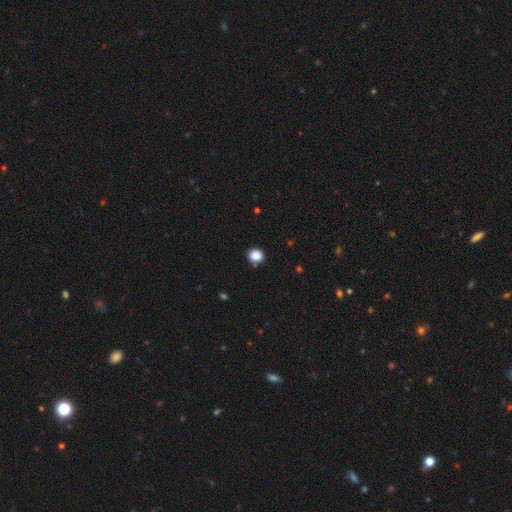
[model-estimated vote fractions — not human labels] Smooth or featured: smooth — 87% (star or artifact — 11%)
How rounded: round — 88% (in between — 11%)
Merging: none — 88% (minor disturbance — 8%)